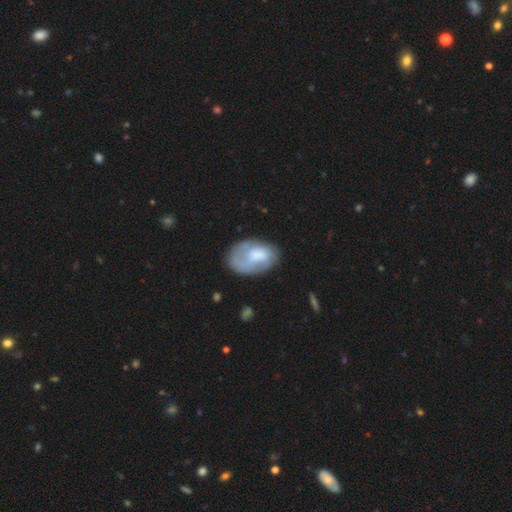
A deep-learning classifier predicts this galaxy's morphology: smooth-or-featured: smooth: 58% | featured or disk: 35% | star or artifact: 7%
  how-rounded: in between: 90% | round: 9% | cigar-shaped: 1%
  merging: none: 53% | minor disturbance: 28% | major disturbance: 15% | merger: 3%